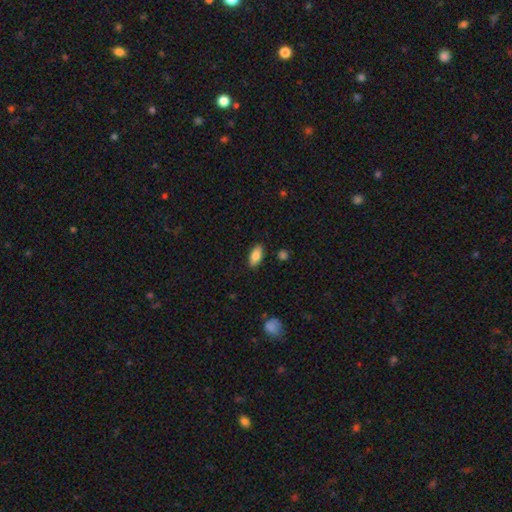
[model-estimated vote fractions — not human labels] Overall: smooth (83%). How rounded: in between (90%). Merging: none (87%).